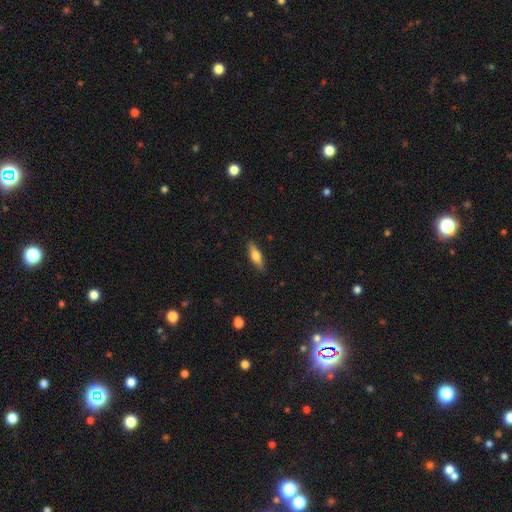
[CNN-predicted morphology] This is possibly a smooth galaxy (53%). How rounded: possibly cigar-shaped (52%). Merging: clearly none (88%).